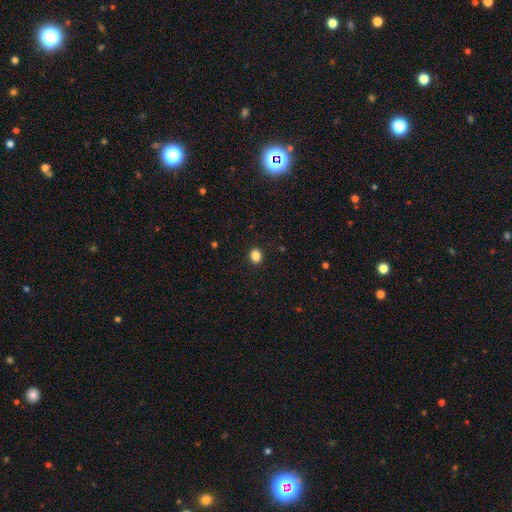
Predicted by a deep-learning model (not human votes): smooth 85%, star or artifact 12%, featured or disk 4%. Down the decision tree: how rounded — round (62%); merging — none (91%).